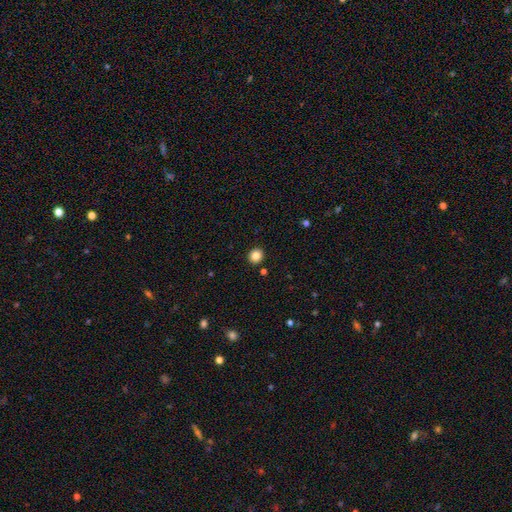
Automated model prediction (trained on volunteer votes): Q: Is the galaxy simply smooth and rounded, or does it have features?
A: smooth — 85%.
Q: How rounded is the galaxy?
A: round — 88%.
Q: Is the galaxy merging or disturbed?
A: none — 92%.